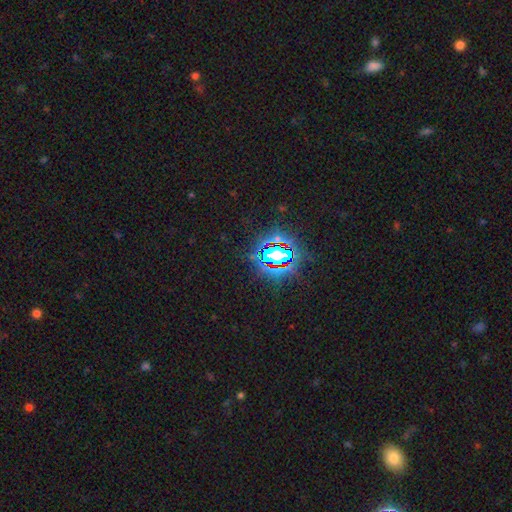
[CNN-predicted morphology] star or artifact 83%, smooth 11%, featured or disk 7%.